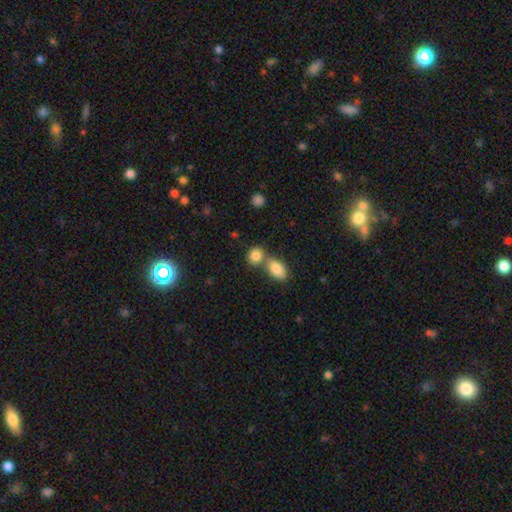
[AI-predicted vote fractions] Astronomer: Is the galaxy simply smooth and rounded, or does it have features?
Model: smooth — 84%.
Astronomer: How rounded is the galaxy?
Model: round — 51% (runner-up: in between, 47%).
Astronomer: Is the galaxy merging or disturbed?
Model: none — 47% (runner-up: merger, 42%).